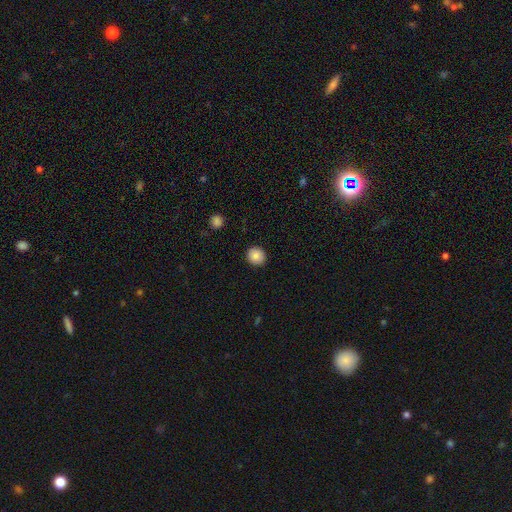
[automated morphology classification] smooth 87%, star or artifact 9%, featured or disk 4%. Down the decision tree: how rounded — round (90%); merging — none (92%).